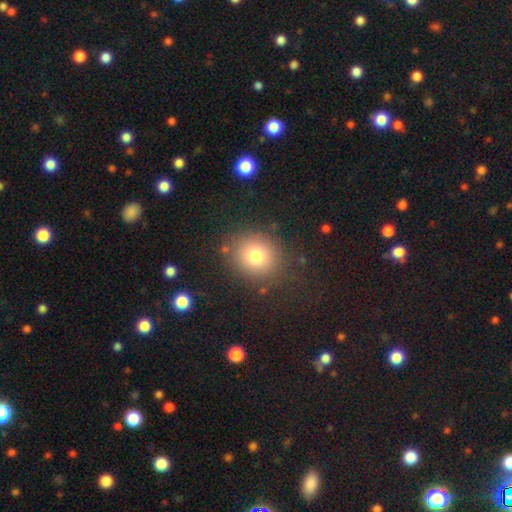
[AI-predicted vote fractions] Overall: smooth (77%). How rounded: round (83%). Merging: none (83%).